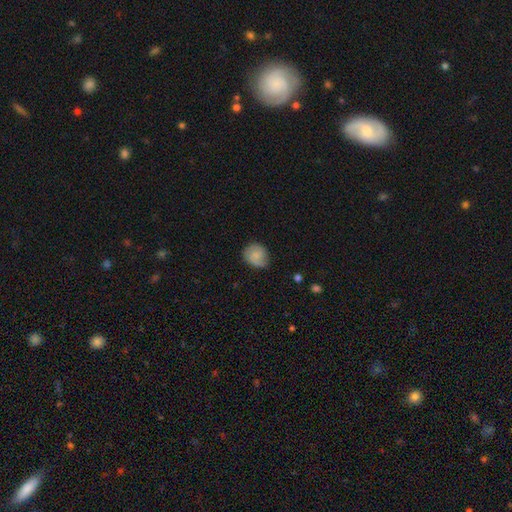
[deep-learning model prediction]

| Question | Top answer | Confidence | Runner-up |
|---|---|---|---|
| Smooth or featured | smooth | 66% | featured or disk (26%) |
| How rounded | round | 73% | in between (26%) |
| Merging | none | 70% | minor disturbance (23%) |